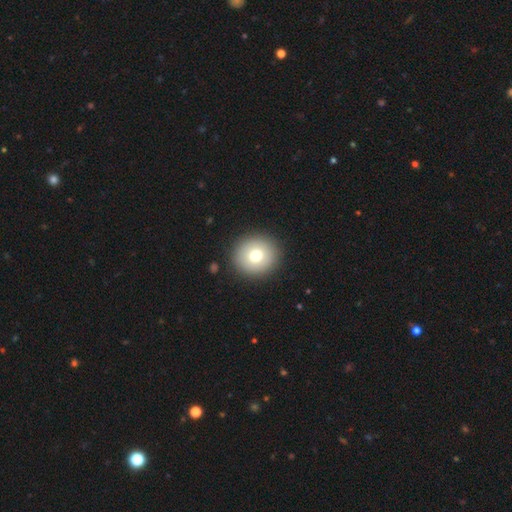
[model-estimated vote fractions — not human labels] A smooth galaxy with no disk features (74%) that is round (89%). Merging: none (91%).